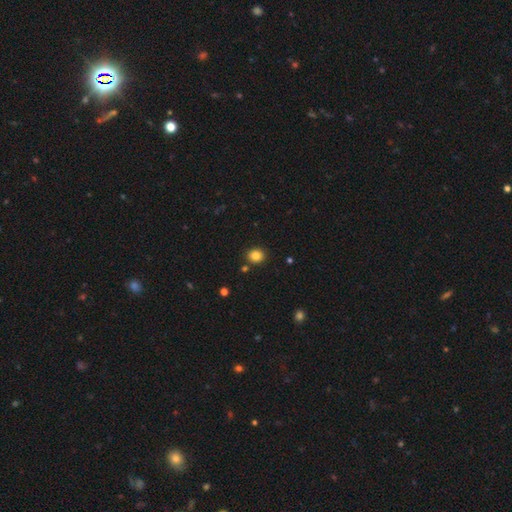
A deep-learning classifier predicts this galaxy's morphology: smooth_or_featured: smooth (p=0.84) [alt: star or artifact p=0.11]
how_rounded: round (p=0.77) [alt: in between p=0.22]
merging: none (p=0.86) [alt: minor disturbance p=0.08]